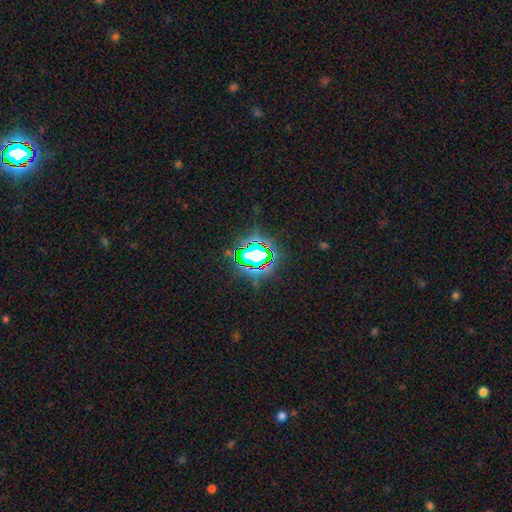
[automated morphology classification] Smooth or featured: star or artifact — 70% (smooth — 18%)